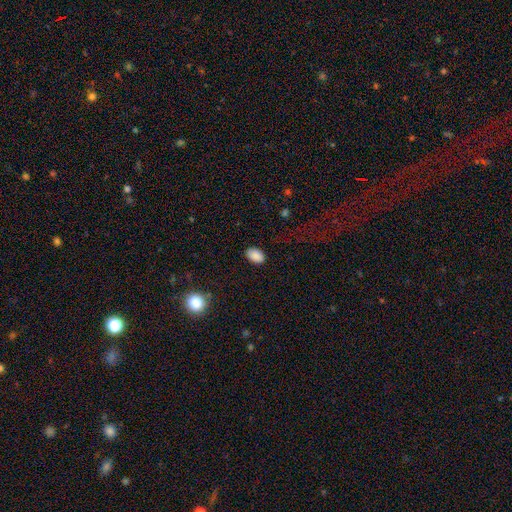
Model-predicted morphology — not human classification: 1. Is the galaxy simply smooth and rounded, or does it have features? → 88% smooth, 8% star or artifact, 3% featured or disk.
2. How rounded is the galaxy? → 88% in between, 10% round, 1% cigar-shaped.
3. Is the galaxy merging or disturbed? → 86% none, 10% minor disturbance, 2% major disturbance, 1% merger.